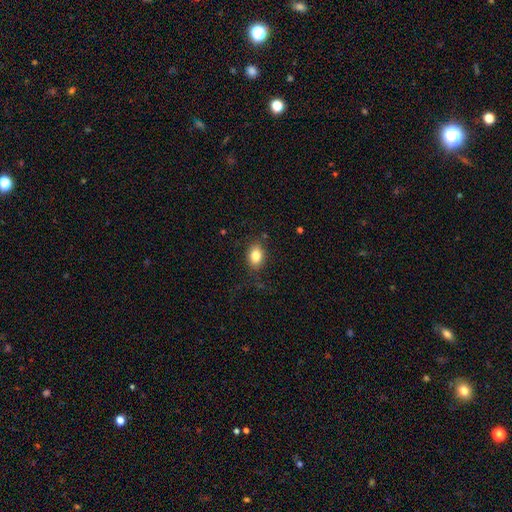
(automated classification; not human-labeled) This appears to be a smooth galaxy with no disk features (83%) that is in between round and cigar-shaped (77%). Merging: none (81%).